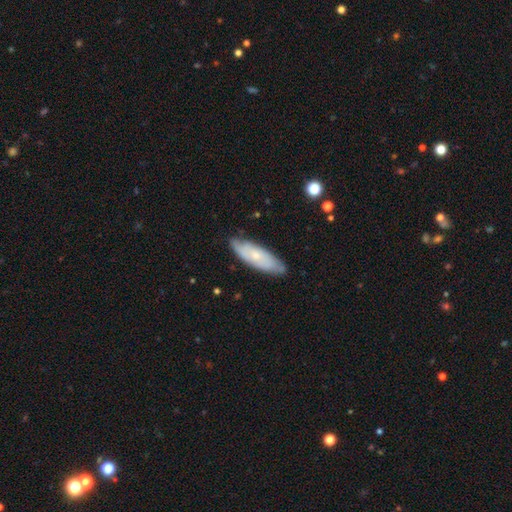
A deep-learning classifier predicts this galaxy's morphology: The model was most divided on "smooth or featured": featured or disk: 48%, smooth: 46%, star or artifact: 6%. More confident: merging — none (77%).